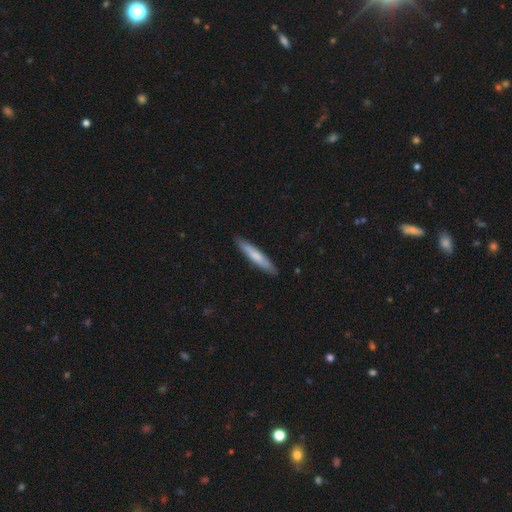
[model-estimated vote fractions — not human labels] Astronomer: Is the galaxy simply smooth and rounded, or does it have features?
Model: smooth — 68%.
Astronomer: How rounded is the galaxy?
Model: cigar-shaped — 91%.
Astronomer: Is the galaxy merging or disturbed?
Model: none — 89%.